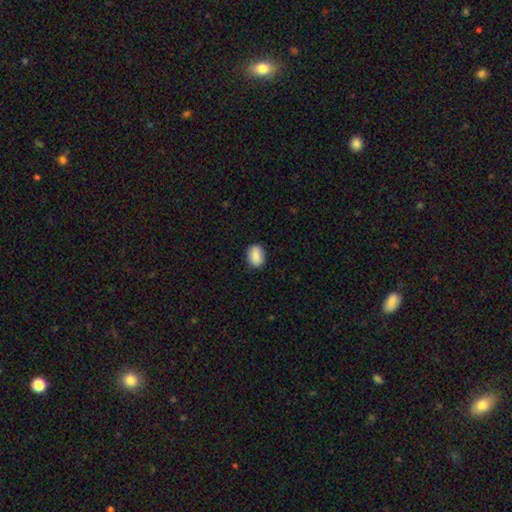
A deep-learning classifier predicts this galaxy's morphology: Smooth or featured?
  - smooth: 87% *
  - star or artifact: 7%
  - featured or disk: 6%
How rounded?
  - in between: 76% *
  - round: 22%
  - cigar-shaped: 2%
Merging?
  - none: 86% *
  - minor disturbance: 11%
  - major disturbance: 2%
  - merger: 1%